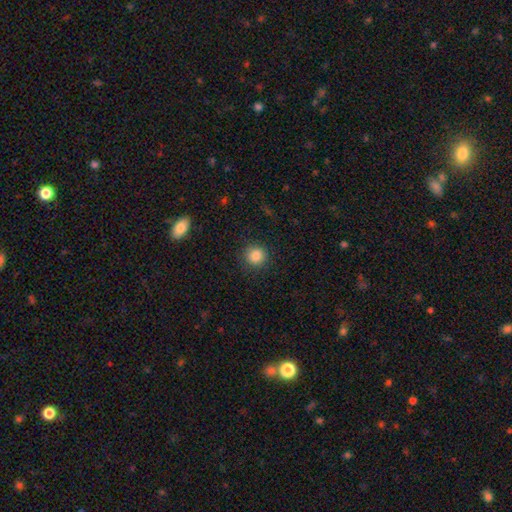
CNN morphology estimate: type=smooth (85%); roundness=round (93%); merging=none (90%).